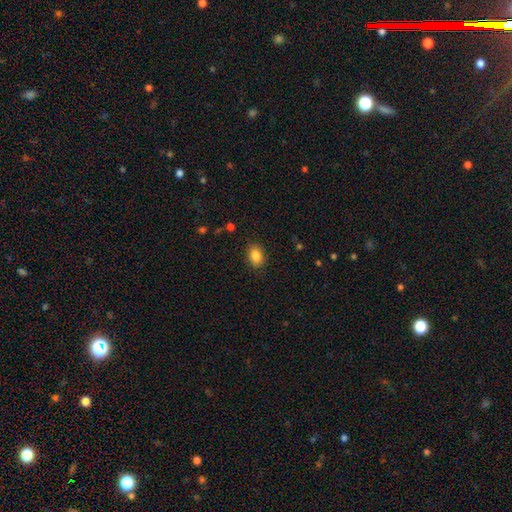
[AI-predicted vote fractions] Morphology: type=smooth (86%); roundness=in between (78%); merging=none (87%).